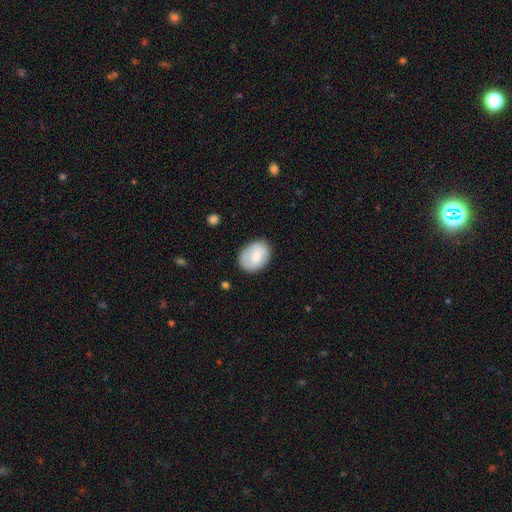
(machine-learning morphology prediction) A smooth galaxy with no disk features (76%) that is in between round and cigar-shaped (70%).

Vote fractions:
- Smooth or featured? smooth: 76% / featured or disk: 17% / star or artifact: 6%
- How rounded? in between: 70% / round: 29% / cigar-shaped: 1%
- Merging? none: 79% / minor disturbance: 16% / major disturbance: 4% / merger: 1%